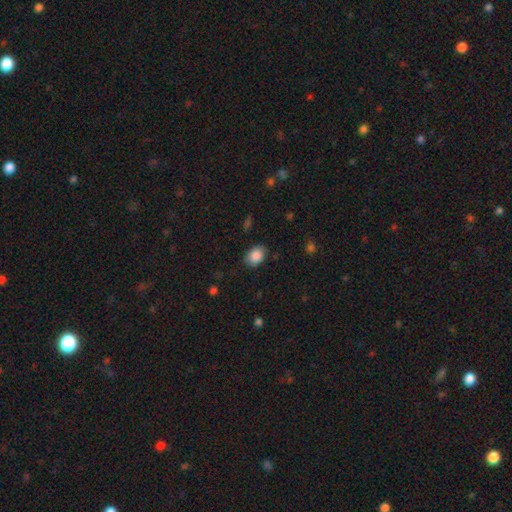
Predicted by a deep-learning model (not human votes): This appears to be a smooth galaxy with no disk features (88%) that is in between round and cigar-shaped (69%). Merging: none (83%).